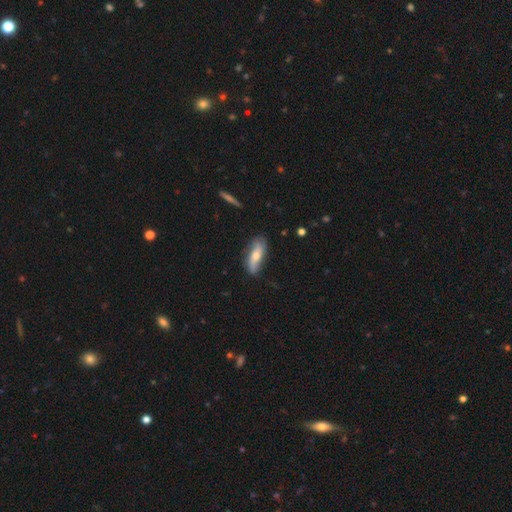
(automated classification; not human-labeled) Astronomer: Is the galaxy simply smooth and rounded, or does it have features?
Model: smooth — 48% (runner-up: featured or disk, 45%).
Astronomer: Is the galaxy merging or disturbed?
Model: none — 71%.